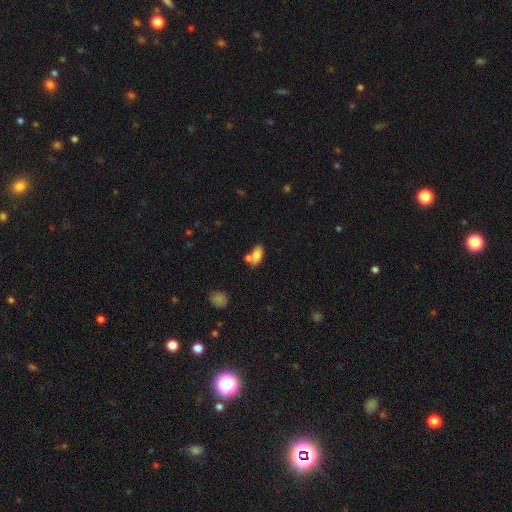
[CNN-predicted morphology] smooth-or-featured: smooth: 80% | featured or disk: 11% | star or artifact: 9%
  how-rounded: in between: 89% | round: 6% | cigar-shaped: 5%
  merging: none: 45% | merger: 37% | minor disturbance: 13% | major disturbance: 5%